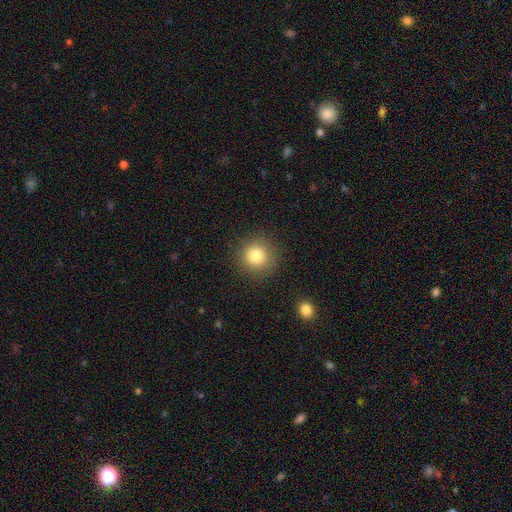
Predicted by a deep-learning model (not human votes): smooth 81%, star or artifact 11%, featured or disk 8%. Down the decision tree: how rounded — round (94%); merging — none (89%).